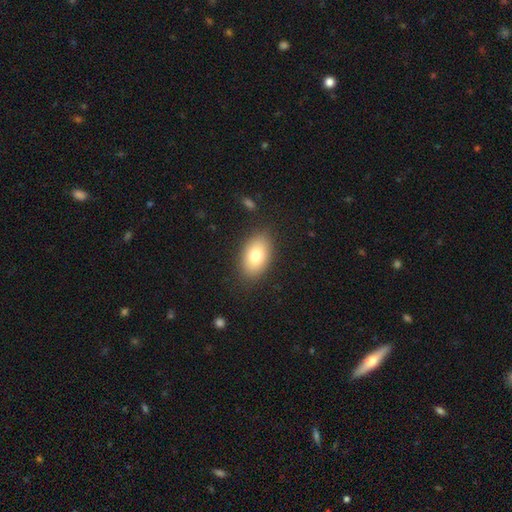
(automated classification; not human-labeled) A smooth galaxy with no disk features (79%) that is in between round and cigar-shaped (90%).

Vote fractions:
- Smooth or featured? smooth: 79% / featured or disk: 14% / star or artifact: 8%
- How rounded? in between: 90% / round: 8% / cigar-shaped: 1%
- Merging? none: 86% / minor disturbance: 10% / major disturbance: 3% / merger: 1%